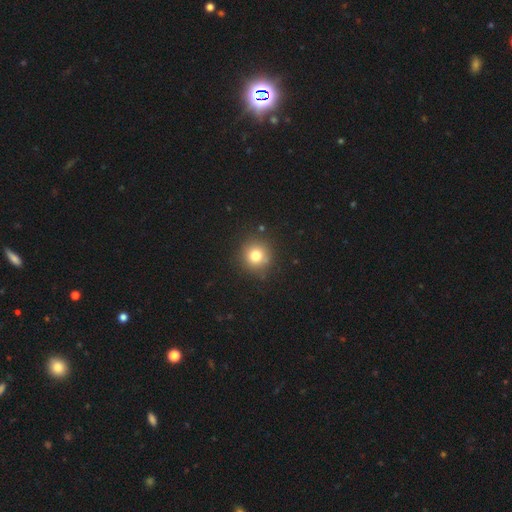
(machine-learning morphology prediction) Smooth or featured? Predicted: smooth (p=0.78). How rounded? Predicted: round (p=0.93). Merging? Predicted: none (p=0.87).